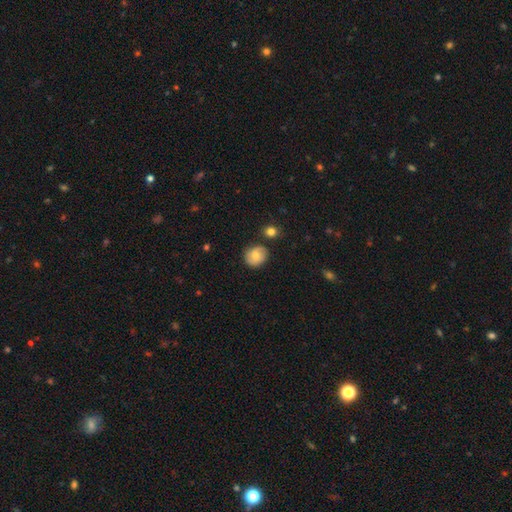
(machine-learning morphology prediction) Overall: smooth (70%). How rounded: round (72%). Merging: none (75%).